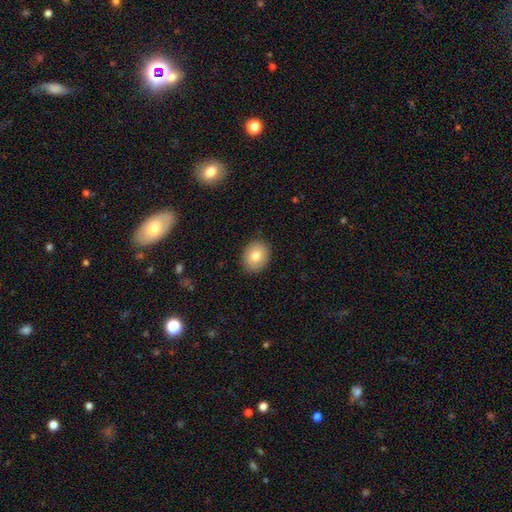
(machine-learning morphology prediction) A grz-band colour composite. It shows a smooth galaxy with no disk features (80%) that is in between round and cigar-shaped (50%). Merging: none (88%).